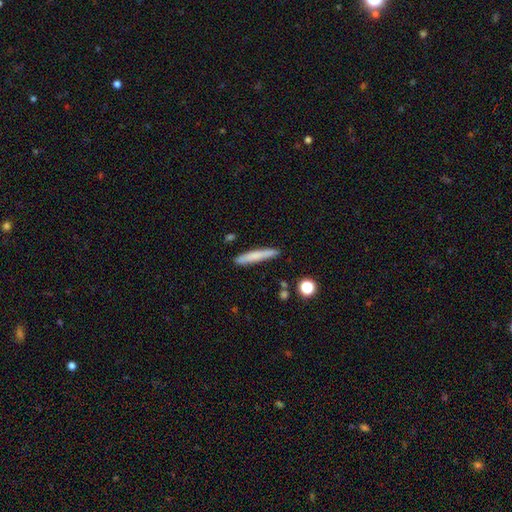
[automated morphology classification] A smooth galaxy with no disk features (71%) that is cigar-shaped (94%). Merging: none (85%).